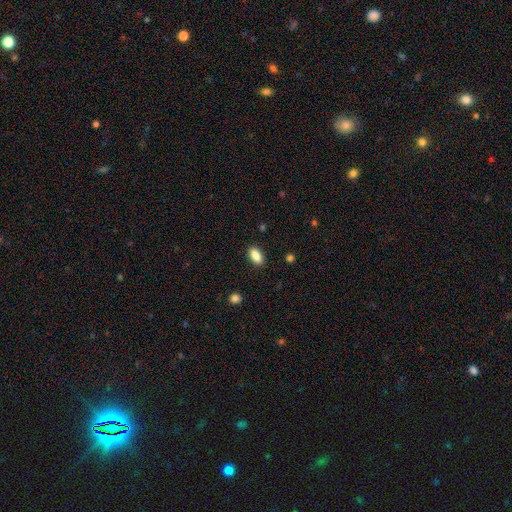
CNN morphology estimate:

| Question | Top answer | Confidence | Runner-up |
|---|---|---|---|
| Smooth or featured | smooth | 88% | star or artifact (8%) |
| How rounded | in between | 89% | cigar-shaped (7%) |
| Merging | none | 88% | minor disturbance (9%) |